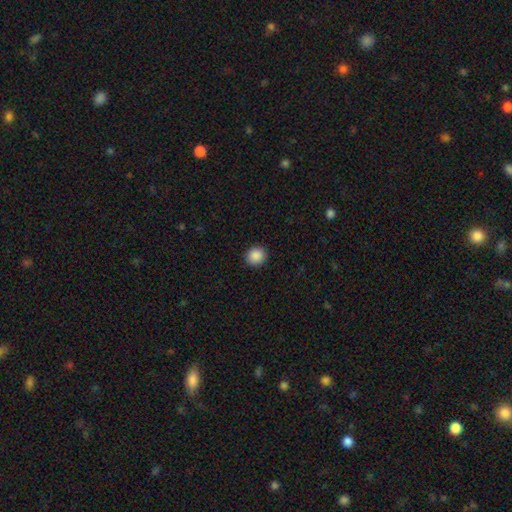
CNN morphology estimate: smooth-or-featured: smooth: 89% | star or artifact: 9% | featured or disk: 3%
  how-rounded: round: 87% | in between: 12% | cigar-shaped: 1%
  merging: none: 92% | minor disturbance: 5% | major disturbance: 2% | merger: 1%